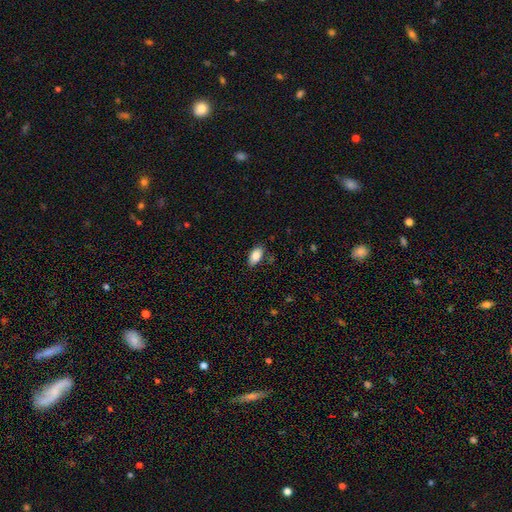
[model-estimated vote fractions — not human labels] The model was most divided on "merging": none: 83%, minor disturbance: 13%, major disturbance: 3%, merger: 2%. More confident: how rounded — in between (92%); smooth or featured — smooth (85%).